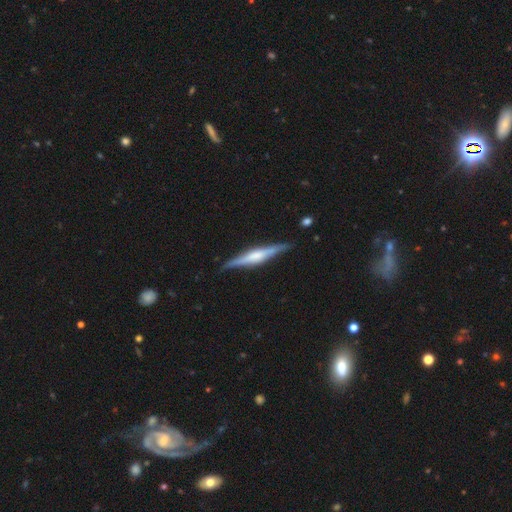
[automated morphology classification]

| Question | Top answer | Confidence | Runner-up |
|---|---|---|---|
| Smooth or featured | featured or disk | 74% | smooth (21%) |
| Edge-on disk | yes | 98% | no (2%) |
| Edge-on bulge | rounded | 57% | boxy (34%) |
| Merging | none | 87% | minor disturbance (9%) |